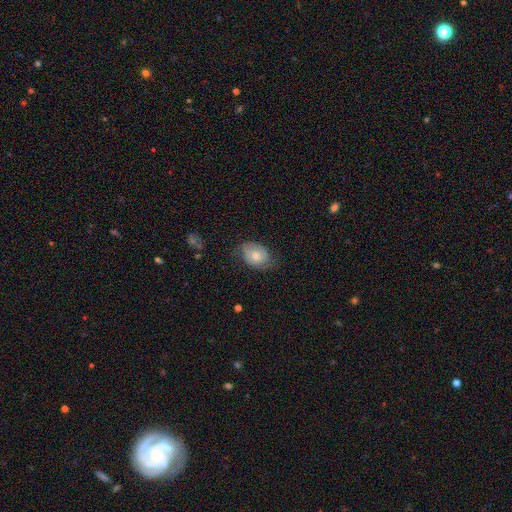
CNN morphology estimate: Smooth or featured? smooth (55%)
How rounded? in between (72%)
Merging? none (57%)